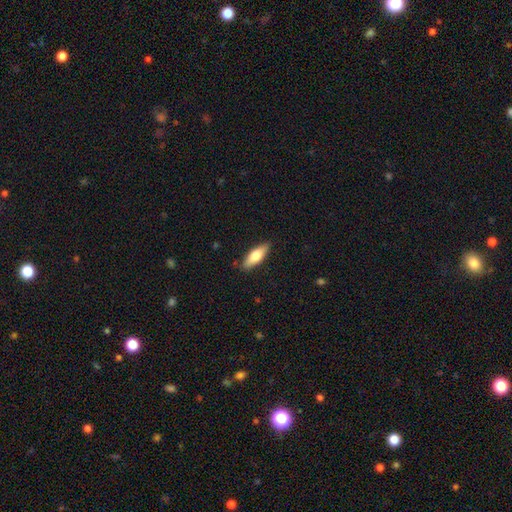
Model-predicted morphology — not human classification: Smooth or featured?
  - smooth: 65% *
  - featured or disk: 29%
  - star or artifact: 6%
How rounded?
  - in between: 60% *
  - cigar-shaped: 37%
  - round: 2%
Merging?
  - none: 87% *
  - minor disturbance: 10%
  - major disturbance: 2%
  - merger: 1%